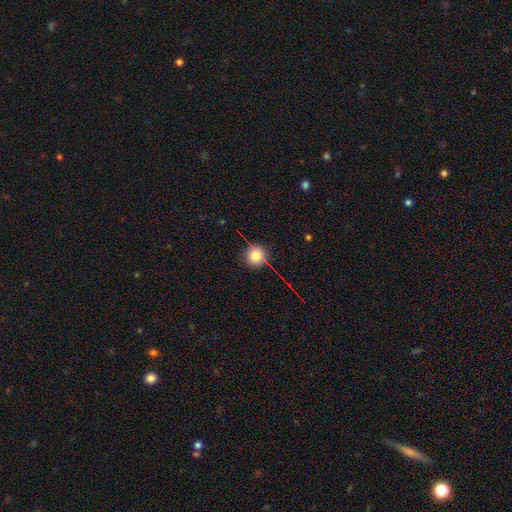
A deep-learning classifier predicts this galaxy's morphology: type=smooth (79%); roundness=round (94%); merging=none (85%).